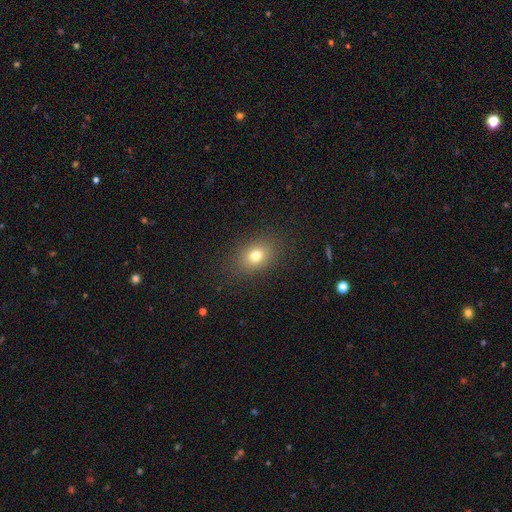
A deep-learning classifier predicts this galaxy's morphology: Smooth or featured: smooth — 77% (star or artifact — 13%)
How rounded: in between — 65% (round — 34%)
Merging: none — 86% (minor disturbance — 9%)